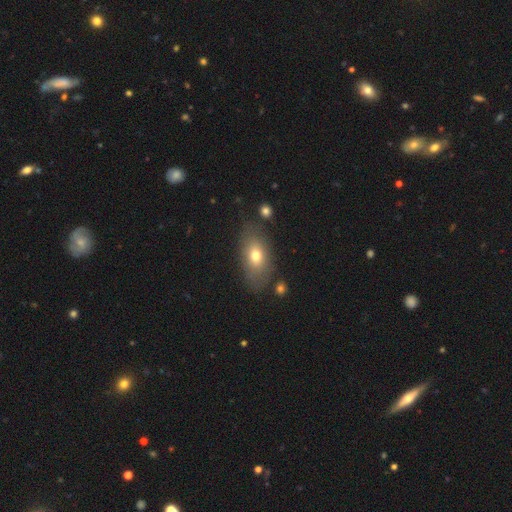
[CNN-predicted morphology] smooth 71%, featured or disk 20%, star or artifact 9%. Down the decision tree: how rounded — in between (86%); merging — none (74%).